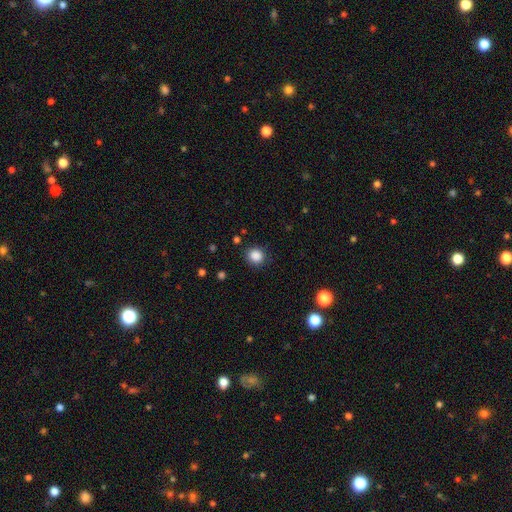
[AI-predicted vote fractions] smooth_or_featured: smooth (p=0.86) [alt: star or artifact p=0.11]
how_rounded: round (p=0.86) [alt: in between p=0.13]
merging: none (p=0.85) [alt: minor disturbance p=0.10]